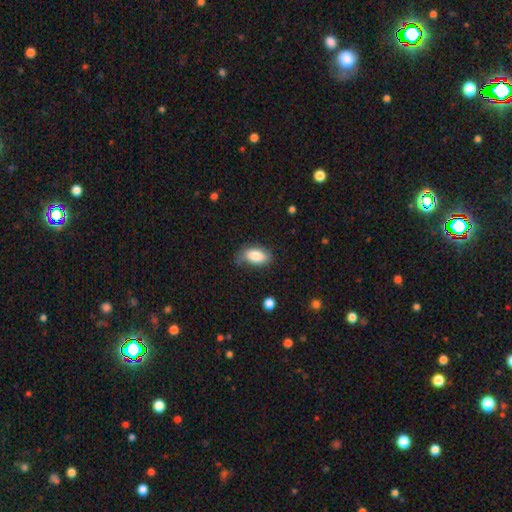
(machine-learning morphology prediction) Smooth or featured? smooth (83%)
How rounded? in between (91%)
Merging? none (62%)